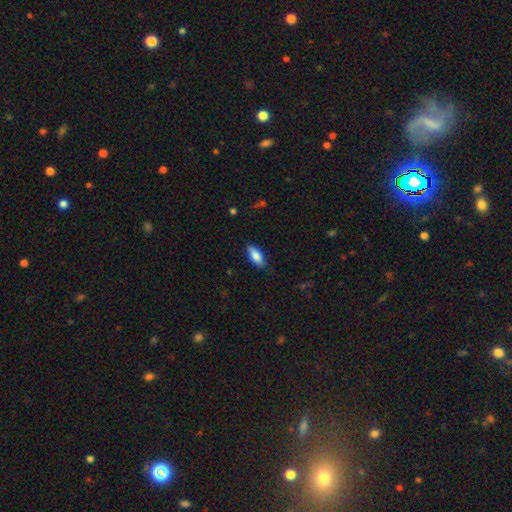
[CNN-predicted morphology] Smooth or featured? smooth (82%)
How rounded? in between (78%)
Merging? none (78%)